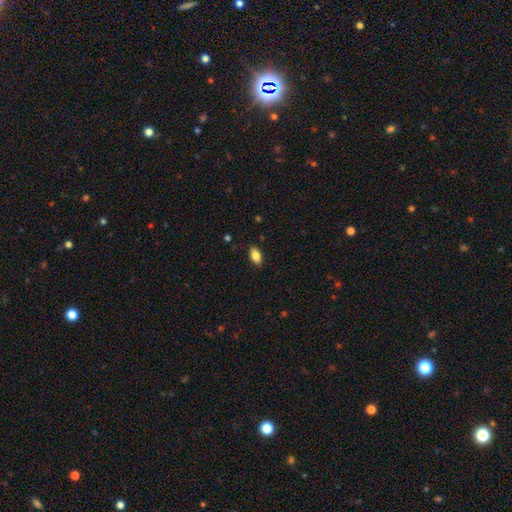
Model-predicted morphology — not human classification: A smooth galaxy with no disk features (82%) that is in between round and cigar-shaped (90%).

Vote fractions:
- Smooth or featured? smooth: 82% / featured or disk: 10% / star or artifact: 8%
- How rounded? in between: 90% / cigar-shaped: 5% / round: 5%
- Merging? none: 87% / minor disturbance: 10% / major disturbance: 2% / merger: 1%